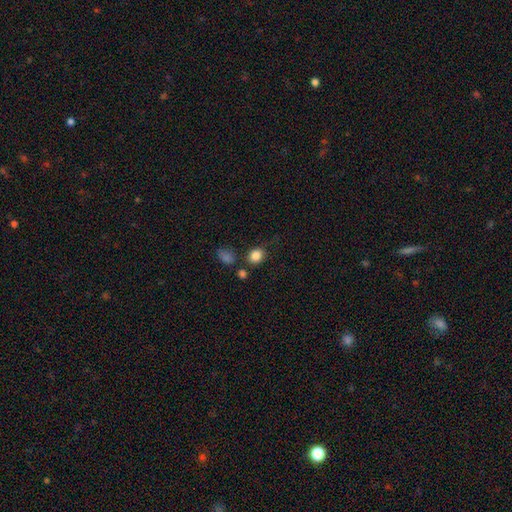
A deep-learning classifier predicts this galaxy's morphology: smooth_or_featured: smooth (p=0.85) [alt: star or artifact p=0.10]
how_rounded: round (p=0.53) [alt: in between p=0.46]
merging: none (p=0.73) [alt: minor disturbance p=0.14]